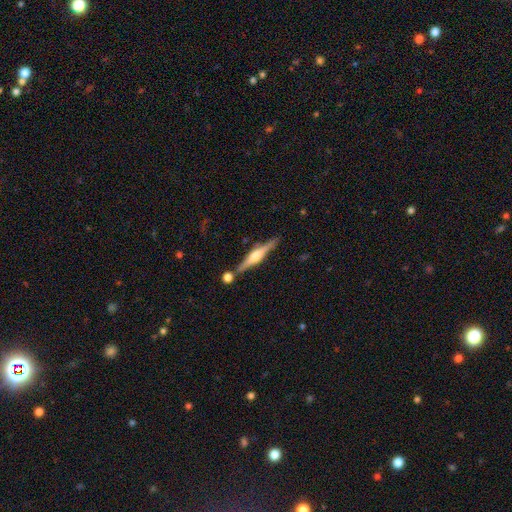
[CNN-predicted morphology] This appears to be a featured or disk galaxy (77%) viewed edge-on (98%) with a rounded central bulge (84%). Merging: none (82%).